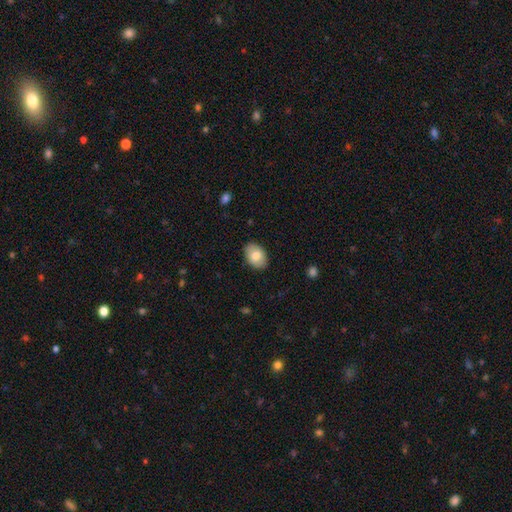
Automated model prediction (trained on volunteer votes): smooth-or-featured: smooth: 76% | featured or disk: 17% | star or artifact: 6%
  how-rounded: in between: 84% | round: 15% | cigar-shaped: 1%
  merging: none: 87% | minor disturbance: 10% | major disturbance: 2% | merger: 1%